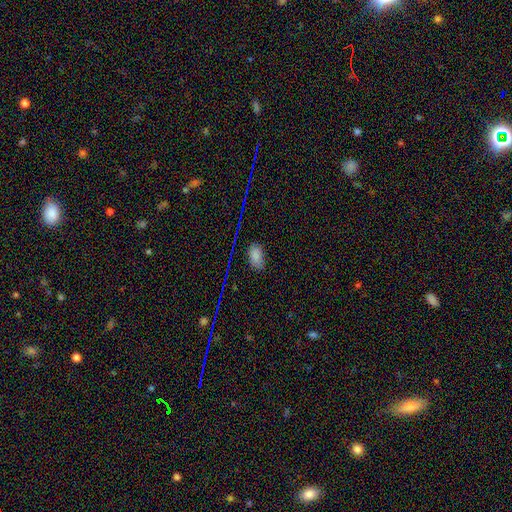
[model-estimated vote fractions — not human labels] Smooth or featured?
  - smooth: 74% *
  - star or artifact: 19%
  - featured or disk: 7%
How rounded?
  - in between: 92% *
  - round: 6%
  - cigar-shaped: 2%
Merging?
  - none: 77% *
  - minor disturbance: 17%
  - major disturbance: 4%
  - merger: 2%